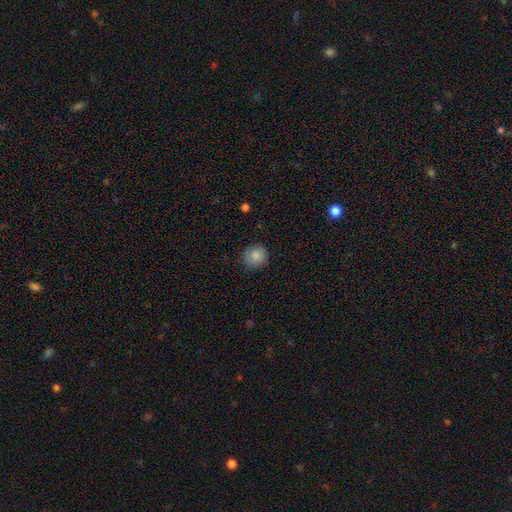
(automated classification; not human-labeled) Q: Smooth or featured?
A: smooth (86%); runner-up: star or artifact (8%)
Q: How rounded?
A: round (83%); runner-up: in between (16%)
Q: Merging?
A: none (85%); runner-up: minor disturbance (11%)